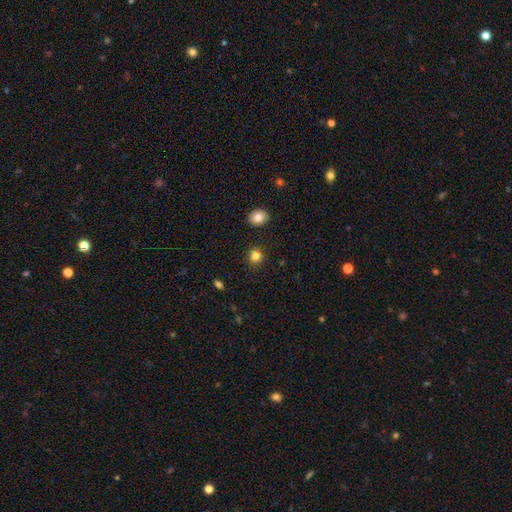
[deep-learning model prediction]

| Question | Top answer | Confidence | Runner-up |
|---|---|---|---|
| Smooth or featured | smooth | 83% | star or artifact (13%) |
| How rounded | round | 86% | in between (13%) |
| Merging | none | 89% | minor disturbance (6%) |